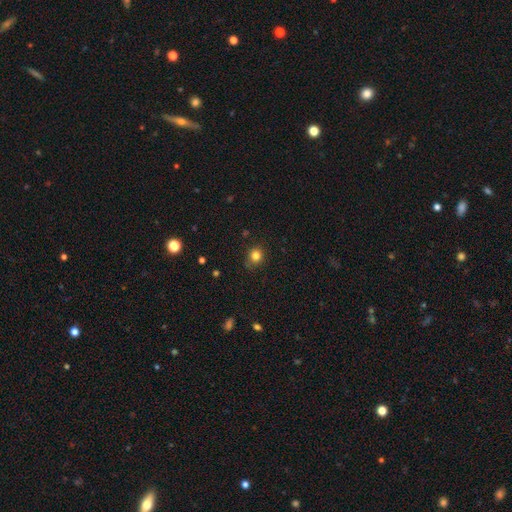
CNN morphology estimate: Smooth or featured? Predicted: smooth (p=0.82). How rounded? Predicted: round (p=0.84). Merging? Predicted: none (p=0.80).